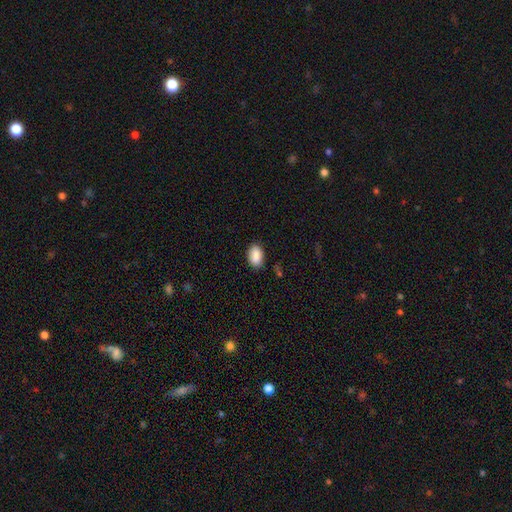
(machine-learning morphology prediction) Overall: smooth (89%). How rounded: in between (90%). Merging: none (86%).